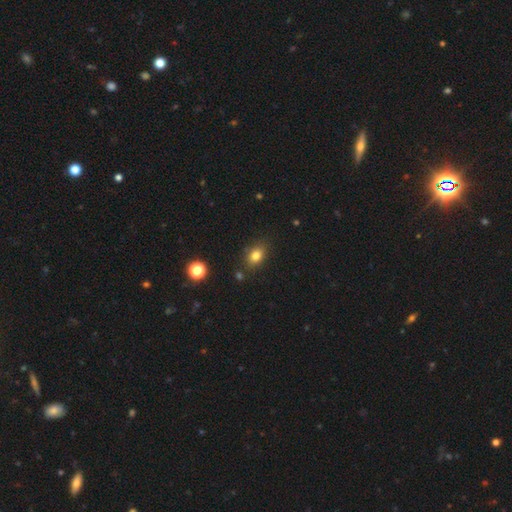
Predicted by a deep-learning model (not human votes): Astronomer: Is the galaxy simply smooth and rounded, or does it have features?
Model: smooth — 81%.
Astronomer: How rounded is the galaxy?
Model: in between — 73%.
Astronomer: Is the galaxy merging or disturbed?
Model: none — 81%.